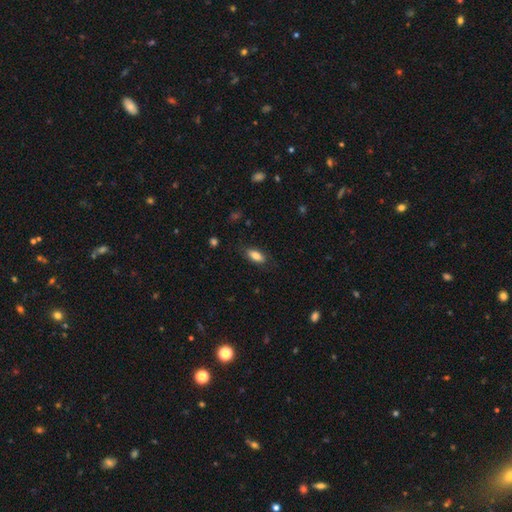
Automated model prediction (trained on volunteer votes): The model was most divided on "merging": none: 80%, minor disturbance: 15%, major disturbance: 4%, merger: 1%. More confident: how rounded — in between (82%); smooth or featured — smooth (81%).